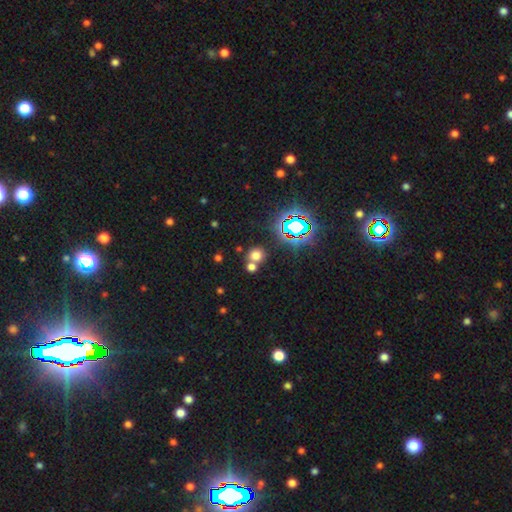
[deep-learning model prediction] Smooth or featured?
  - smooth: 65% *
  - star or artifact: 27%
  - featured or disk: 8%
How rounded?
  - round: 85% *
  - in between: 14%
  - cigar-shaped: 1%
Merging?
  - none: 57% *
  - merger: 34%
  - minor disturbance: 6%
  - major disturbance: 3%